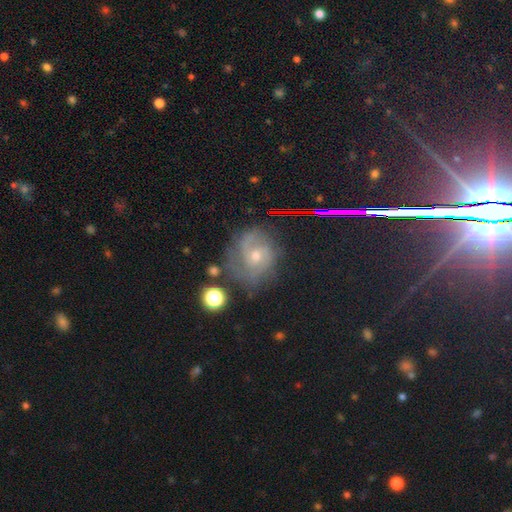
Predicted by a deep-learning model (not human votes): smooth-or-featured: featured or disk: 68% | star or artifact: 17% | smooth: 14%
  disk-edge-on: no: 97% | yes: 3%
    bar: no: 68% | weak: 27% | strong: 5%
    has-spiral-arms: yes: 92% | no: 8%
      spiral-winding: tight: 45% | medium: 41% | loose: 14%
      spiral-arm-count: 2: 39% | can't tell: 27% | 3: 17% | 1: 7% | 4: 5% | more than 4: 4%
    bulge-size: small: 58% | moderate: 38% | large: 2% | none: 1% | dominant: 1%
  merging: none: 65% | minor disturbance: 22% | major disturbance: 11% | merger: 3%